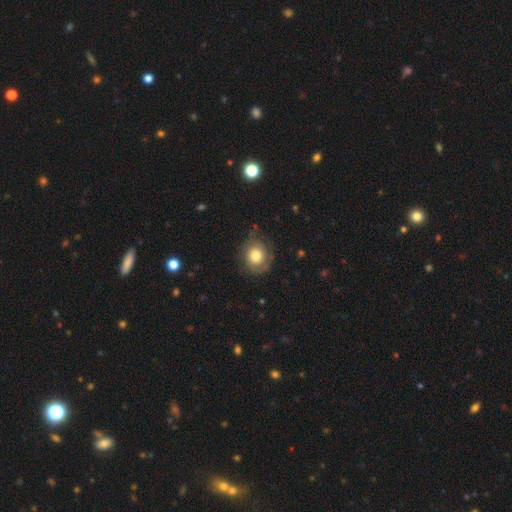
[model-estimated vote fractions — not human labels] Smooth or featured? smooth (64%)
How rounded? round (77%)
Merging? none (74%)